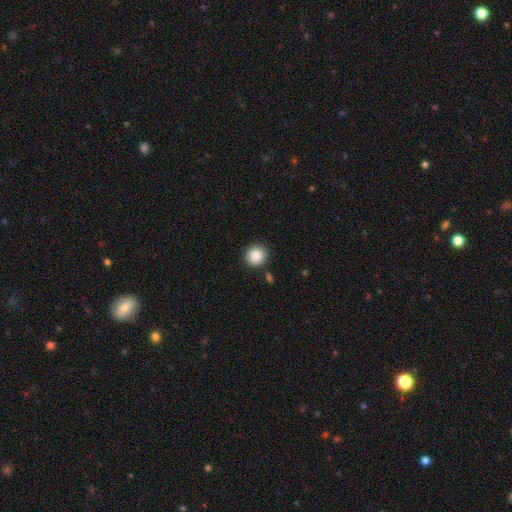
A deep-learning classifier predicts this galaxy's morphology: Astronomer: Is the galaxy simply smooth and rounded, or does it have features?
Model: smooth — 87%.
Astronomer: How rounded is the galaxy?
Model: round — 92%.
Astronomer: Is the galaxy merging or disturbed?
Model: none — 89%.